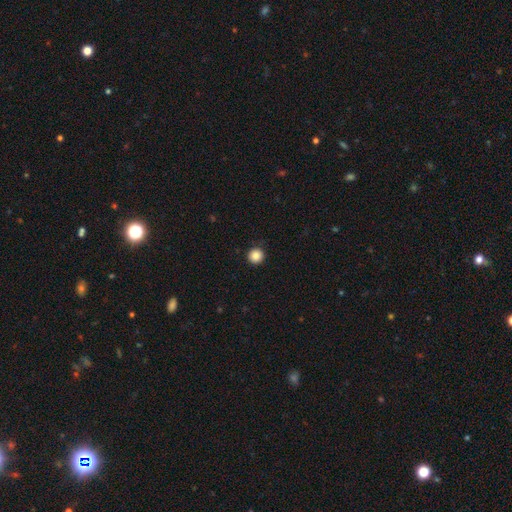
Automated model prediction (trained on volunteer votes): Smooth or featured?
  - smooth: 87% *
  - star or artifact: 10%
  - featured or disk: 3%
How rounded?
  - round: 96% *
  - in between: 3%
  - cigar-shaped: 1%
Merging?
  - none: 92% *
  - minor disturbance: 6%
  - major disturbance: 2%
  - merger: 1%